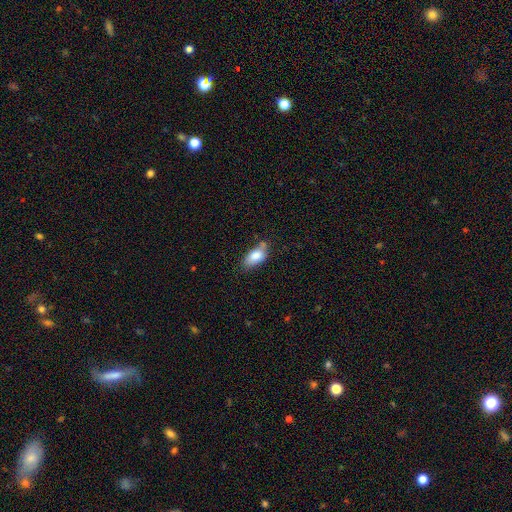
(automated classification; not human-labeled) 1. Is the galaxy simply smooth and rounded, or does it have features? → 81% smooth, 12% featured or disk, 7% star or artifact.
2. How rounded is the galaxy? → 89% in between, 6% cigar-shaped, 4% round.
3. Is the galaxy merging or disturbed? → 56% none, 29% minor disturbance, 9% merger, 7% major disturbance.